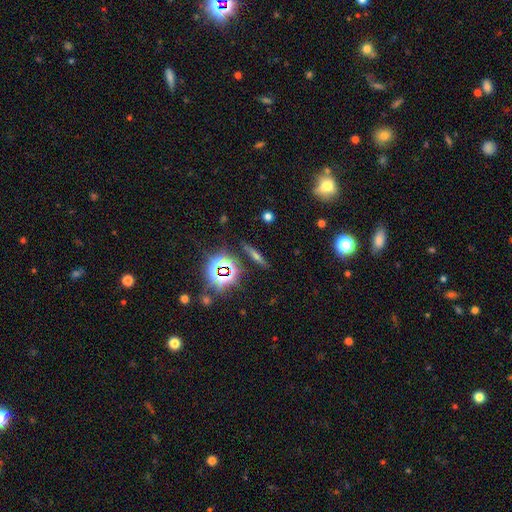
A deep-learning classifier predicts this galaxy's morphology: The model was most divided on "smooth or featured": featured or disk: 34%, smooth: 33%, star or artifact: 33%. More confident: merging — none (87%).